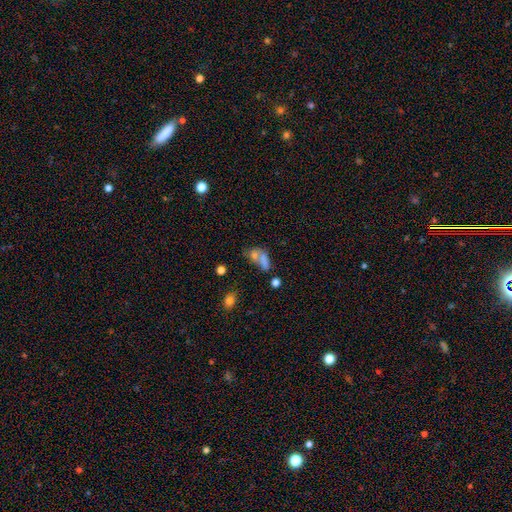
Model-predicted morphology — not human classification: A smooth galaxy with no disk features (55%) that is in between round and cigar-shaped (65%). Merging: merger (46%).